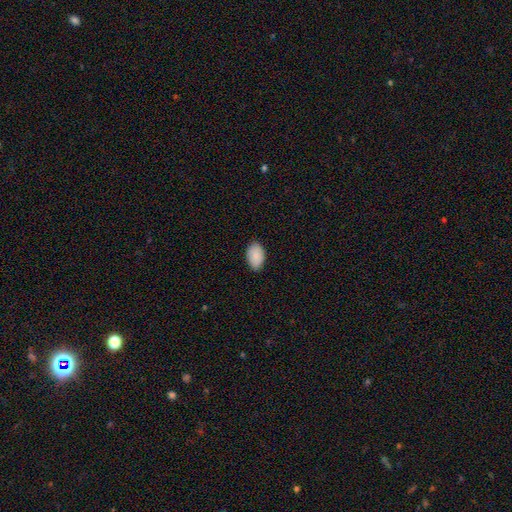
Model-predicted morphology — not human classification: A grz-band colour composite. It shows a smooth galaxy with no disk features (90%) that is in between round and cigar-shaped (93%). Merging: none (86%).